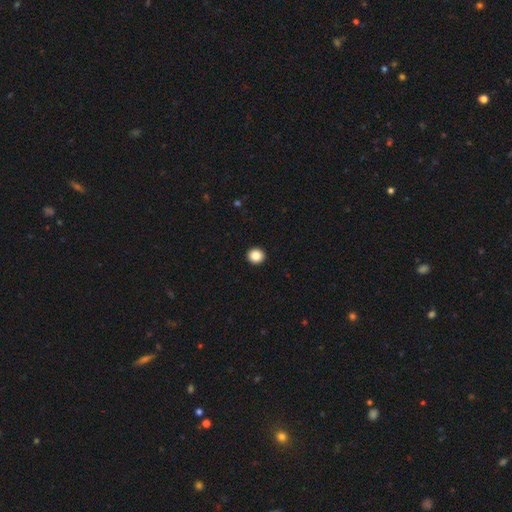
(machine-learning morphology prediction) Smooth or featured? Predicted: smooth (p=0.87). How rounded? Predicted: round (p=0.94). Merging? Predicted: none (p=0.94).